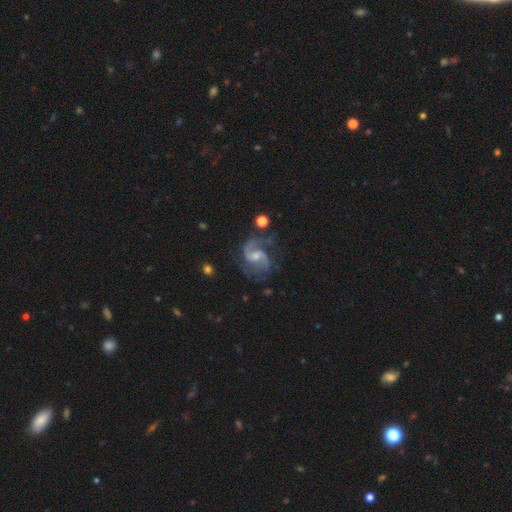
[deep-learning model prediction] Smooth or featured?
  - featured or disk: 90% *
  - star or artifact: 6%
  - smooth: 5%
Edge-on disk?
  - no: 98% *
  - yes: 2%
Bar?
  - weak: 51% *
  - no: 37%
  - strong: 13%
Spiral arms?
  - yes: 97% *
  - no: 3%
Spiral winding?
  - medium: 56% *
  - loose: 30%
  - tight: 14%
Spiral arm count?
  - 2: 87% *
  - 3: 4%
  - can't tell: 4%
  - 1: 3%
  - 4: 1%
  - more than 4: 1%
Bulge size?
  - small: 48% *
  - moderate: 43%
  - none: 5%
  - large: 3%
  - dominant: 1%
Merging?
  - none: 64% *
  - minor disturbance: 20%
  - major disturbance: 13%
  - merger: 3%